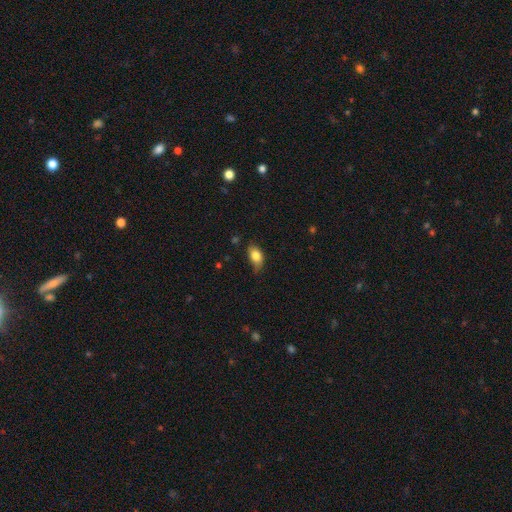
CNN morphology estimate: A smooth galaxy with no disk features (82%) that is in between round and cigar-shaped (87%).

Vote fractions:
- Smooth or featured? smooth: 82% / featured or disk: 10% / star or artifact: 8%
- How rounded? in between: 87% / round: 10% / cigar-shaped: 4%
- Merging? none: 62% / minor disturbance: 31% / major disturbance: 6% / merger: 2%